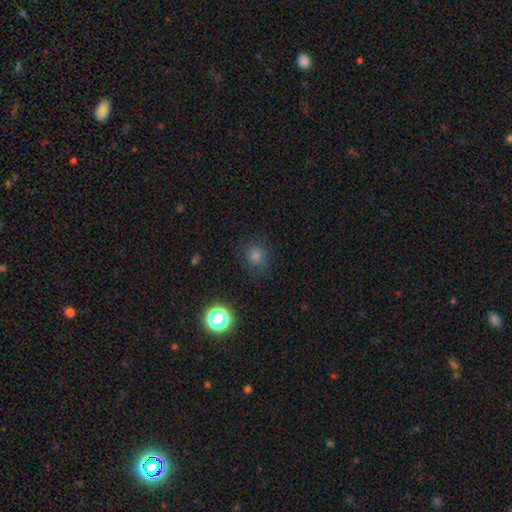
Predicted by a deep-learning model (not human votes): Overall: smooth (72%). How rounded: round (80%). Merging: none (81%).